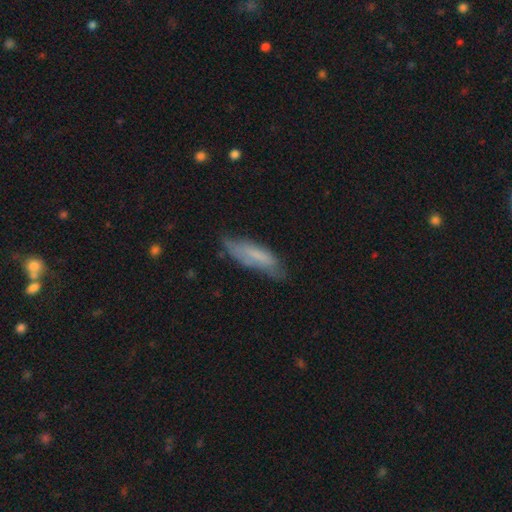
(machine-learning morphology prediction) type=smooth (63%); roundness=cigar-shaped (55%); merging=none (54%).